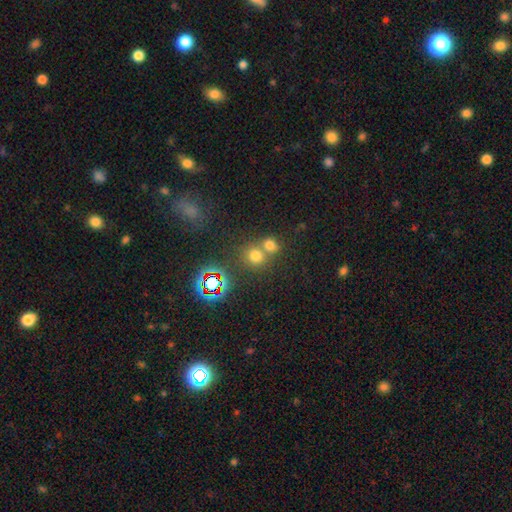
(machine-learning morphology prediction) The model was most divided on "merging": none: 46%, merger: 44%, minor disturbance: 6%, major disturbance: 3%. More confident: how rounded — round (83%); smooth or featured — smooth (67%).